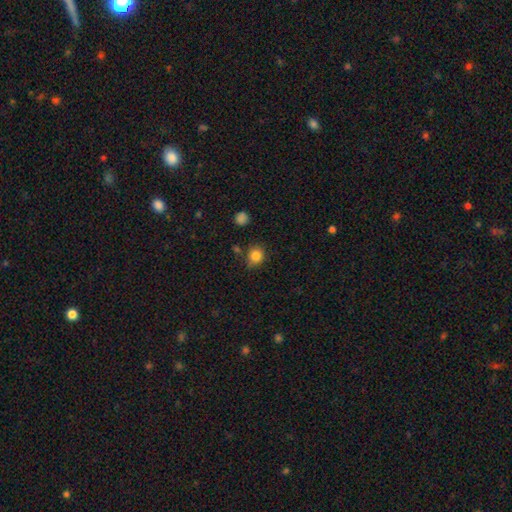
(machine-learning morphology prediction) The model was most divided on "how rounded": round: 73%, in between: 26%, cigar-shaped: 1%. More confident: smooth or featured — smooth (84%); merging — none (78%).